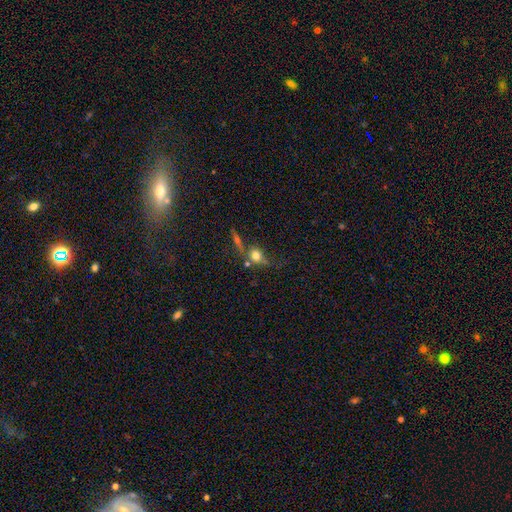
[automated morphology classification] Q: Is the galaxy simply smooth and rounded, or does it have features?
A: smooth — 65%.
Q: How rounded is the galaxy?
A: round — 73%.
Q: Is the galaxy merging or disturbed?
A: none — 45%.